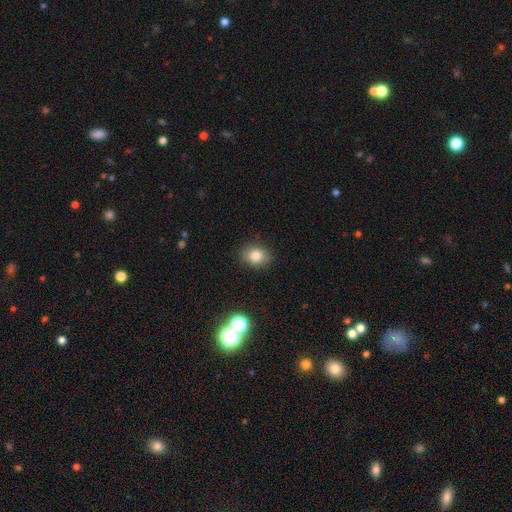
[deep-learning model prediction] Q: Smooth or featured?
A: smooth (82%); runner-up: star or artifact (11%)
Q: How rounded?
A: round (52%); runner-up: in between (47%)
Q: Merging?
A: none (87%); runner-up: minor disturbance (9%)